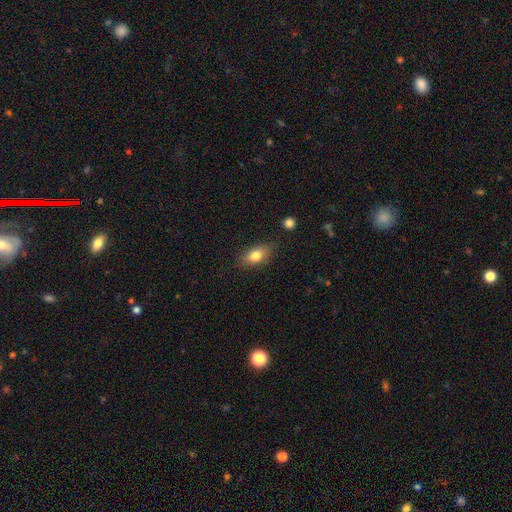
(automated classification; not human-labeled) smooth-or-featured: smooth: 78% | featured or disk: 13% | star or artifact: 8%
  how-rounded: in between: 83% | round: 11% | cigar-shaped: 7%
  merging: none: 80% | minor disturbance: 15% | major disturbance: 3% | merger: 2%